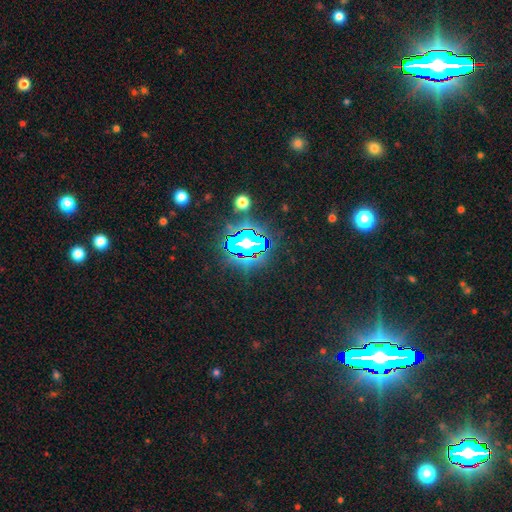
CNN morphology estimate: Smooth or featured: star or artifact — 84% (smooth — 8%)